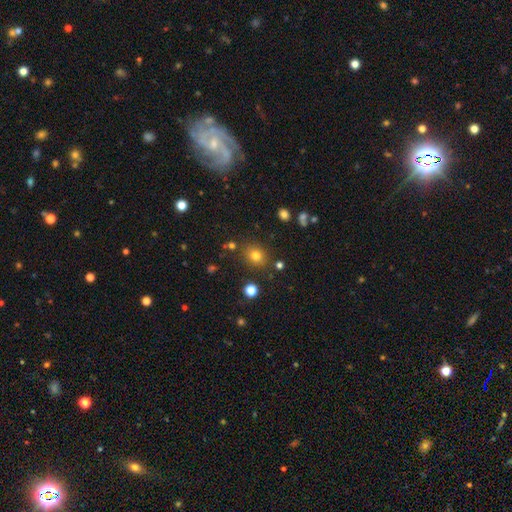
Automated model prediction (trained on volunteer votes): A smooth galaxy with no disk features (77%) that is round (75%). Merging: none (83%).